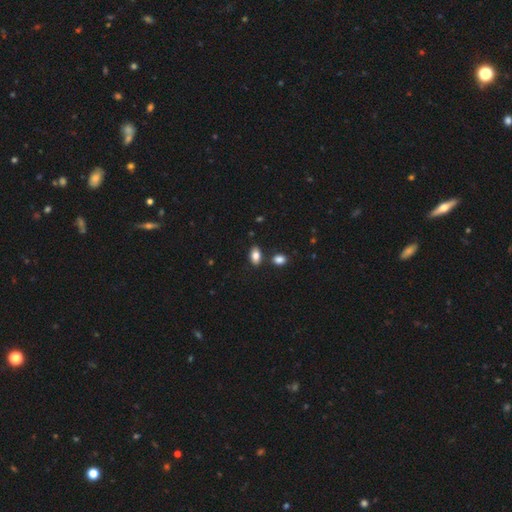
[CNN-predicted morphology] smooth-or-featured: smooth: 83% | star or artifact: 9% | featured or disk: 8%
  how-rounded: in between: 89% | round: 8% | cigar-shaped: 2%
  merging: none: 79% | minor disturbance: 10% | merger: 8% | major disturbance: 2%